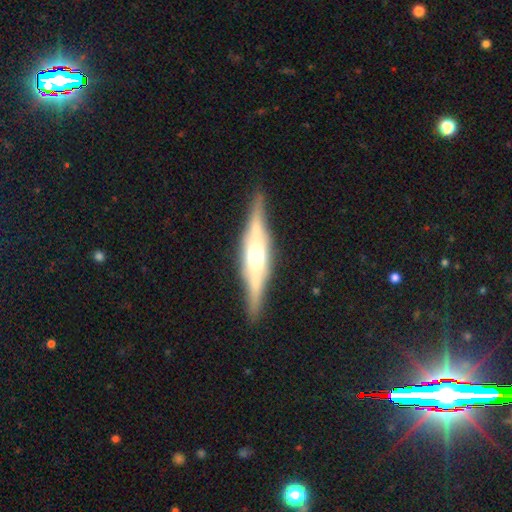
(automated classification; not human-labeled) A featured or disk galaxy (79%) viewed edge-on (95%) with a rounded central bulge (70%). Merging: none (85%).